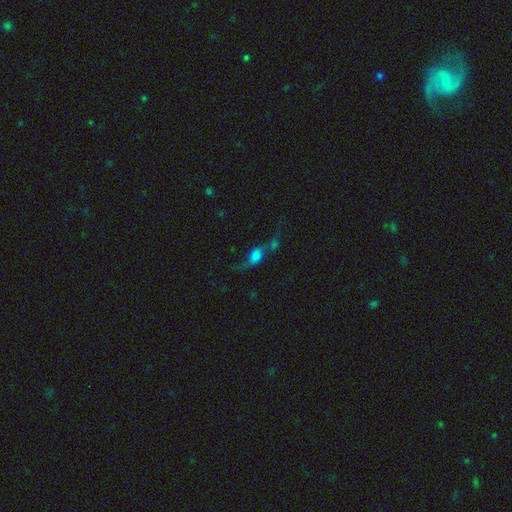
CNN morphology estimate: smooth_or_featured: smooth (p=0.48) [alt: featured or disk p=0.38]
merging: merger (p=0.41) [alt: none p=0.24]